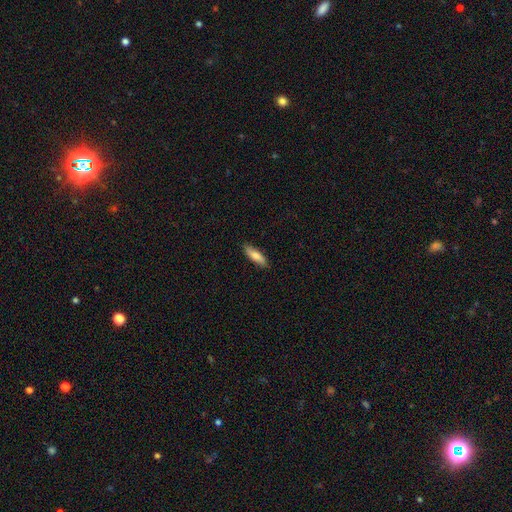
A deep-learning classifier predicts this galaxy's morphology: smooth_or_featured: smooth (p=0.78) [alt: featured or disk p=0.16]
how_rounded: cigar-shaped (p=0.52) [alt: in between p=0.46]
merging: none (p=0.86) [alt: minor disturbance p=0.12]